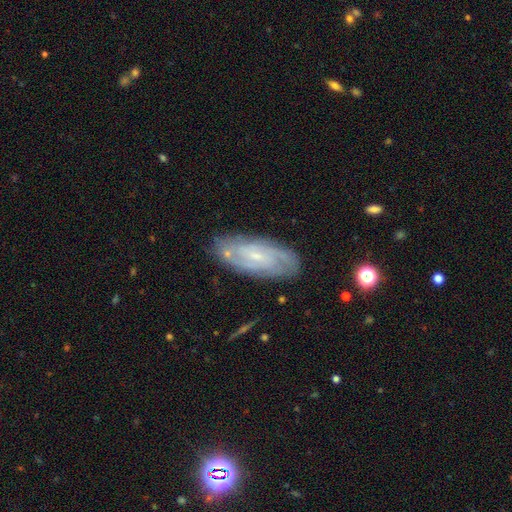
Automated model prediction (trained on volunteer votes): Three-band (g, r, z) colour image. It shows a featured or disk galaxy (75%) with a weak bar (46%), tight (54%) spiral arms (91%) and a small central bulge (76%). Merging: none (80%).